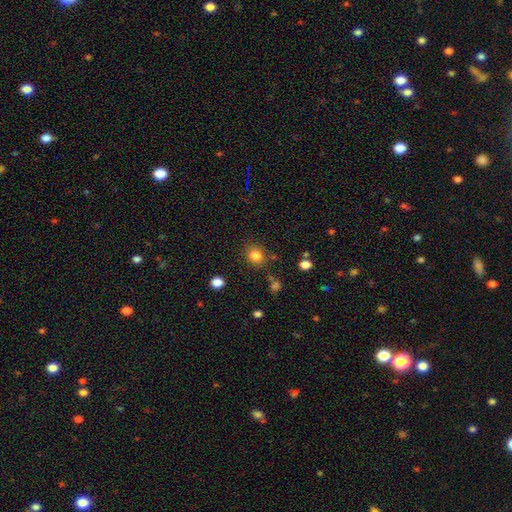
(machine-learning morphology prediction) Smooth or featured?
  - smooth: 82% *
  - star or artifact: 13%
  - featured or disk: 5%
How rounded?
  - round: 78% *
  - in between: 22%
  - cigar-shaped: 1%
Merging?
  - none: 81% *
  - minor disturbance: 11%
  - merger: 5%
  - major disturbance: 4%